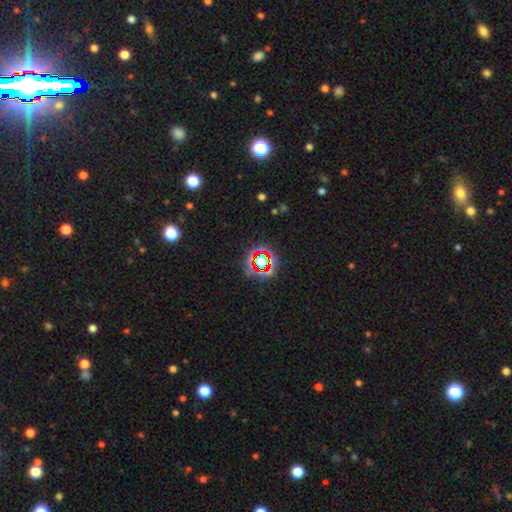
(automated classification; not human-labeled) Smooth or featured?
  - star or artifact: 71% *
  - smooth: 19%
  - featured or disk: 10%